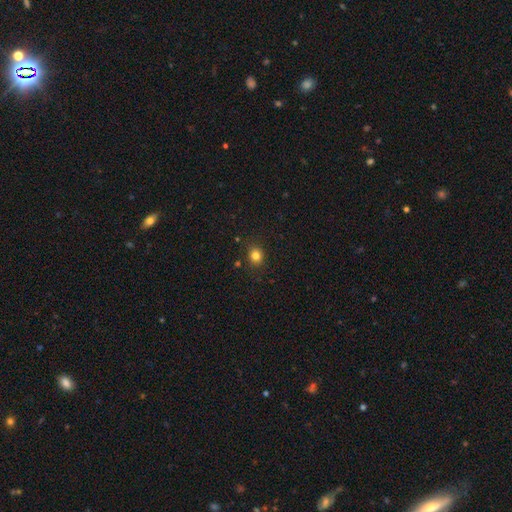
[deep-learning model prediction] Smooth or featured? smooth (81%)
How rounded? round (72%)
Merging? none (86%)